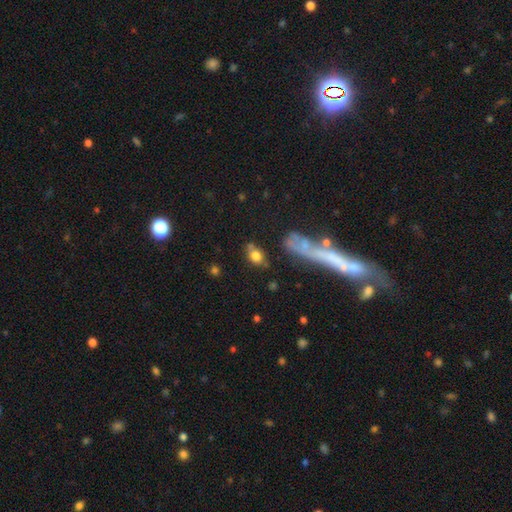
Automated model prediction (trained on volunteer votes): smooth 76%, featured or disk 14%, star or artifact 10%. Down the decision tree: how rounded — in between (69%); merging — none (58%).